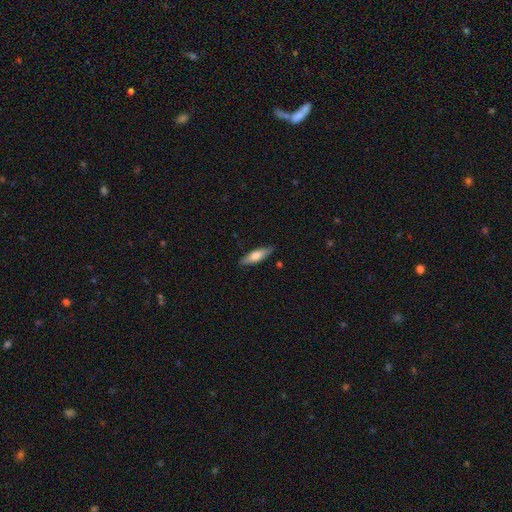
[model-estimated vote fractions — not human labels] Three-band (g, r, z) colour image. It shows a smooth galaxy with no disk features (68%) that is cigar-shaped (58%). Merging: none (86%).